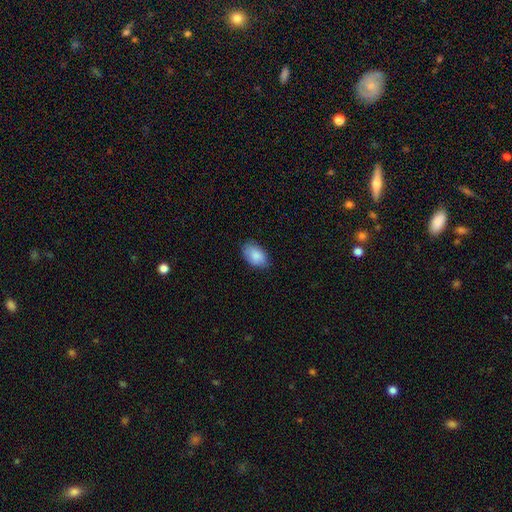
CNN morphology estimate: smooth_or_featured: smooth (p=0.88) [alt: star or artifact p=0.06]
how_rounded: in between (p=0.92) [alt: round p=0.07]
merging: none (p=0.81) [alt: minor disturbance p=0.15]